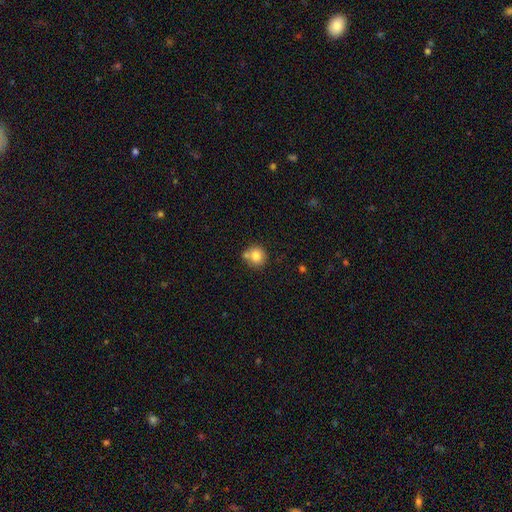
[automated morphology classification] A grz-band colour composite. It shows a smooth galaxy with no disk features (79%) that is round (89%). Merging: none (60%).